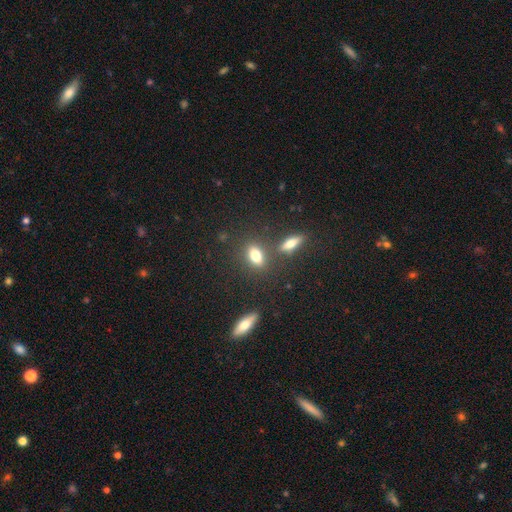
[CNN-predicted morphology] Smooth or featured? smooth (79%)
How rounded? in between (78%)
Merging? none (72%)